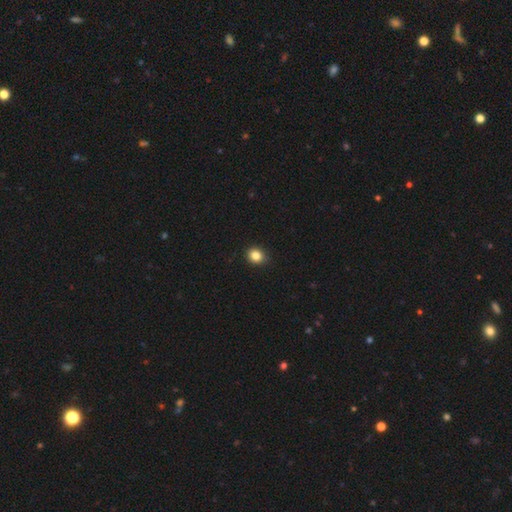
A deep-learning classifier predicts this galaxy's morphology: This is clearly a smooth galaxy (85%). How rounded: likely round (68%). Merging: clearly none (89%).